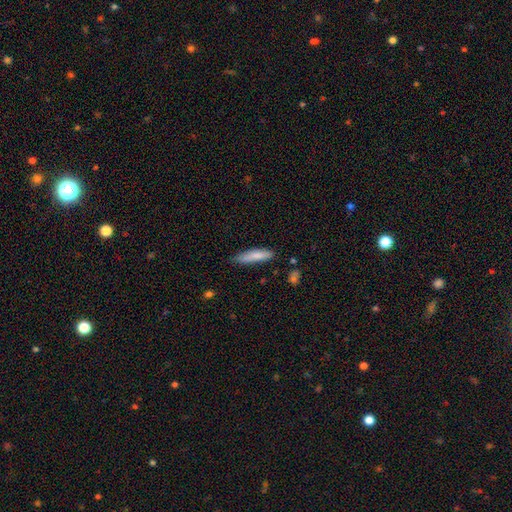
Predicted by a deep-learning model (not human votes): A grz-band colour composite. It shows a smooth galaxy with no disk features (80%) that is cigar-shaped (78%). Merging: none (76%).